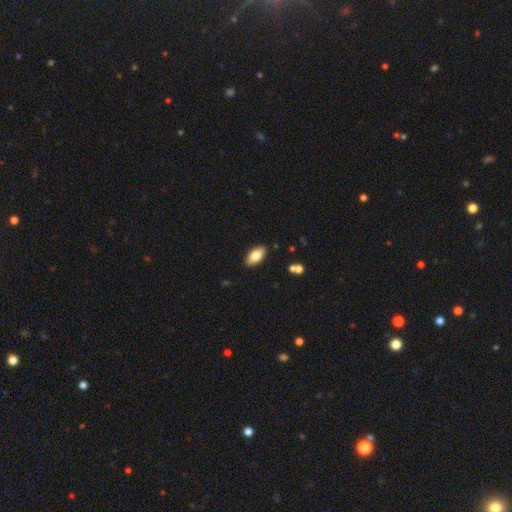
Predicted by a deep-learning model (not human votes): Smooth or featured? smooth (79%)
How rounded? in between (92%)
Merging? none (88%)